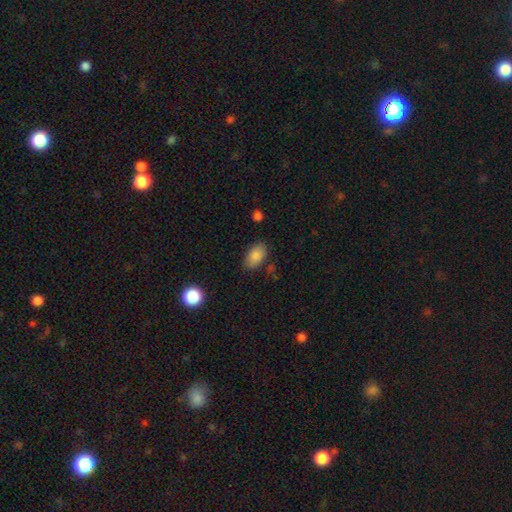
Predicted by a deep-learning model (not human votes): smooth_or_featured: smooth (p=0.85) [alt: star or artifact p=0.08]
how_rounded: in between (p=0.92) [alt: round p=0.06]
merging: none (p=0.80) [alt: minor disturbance p=0.15]